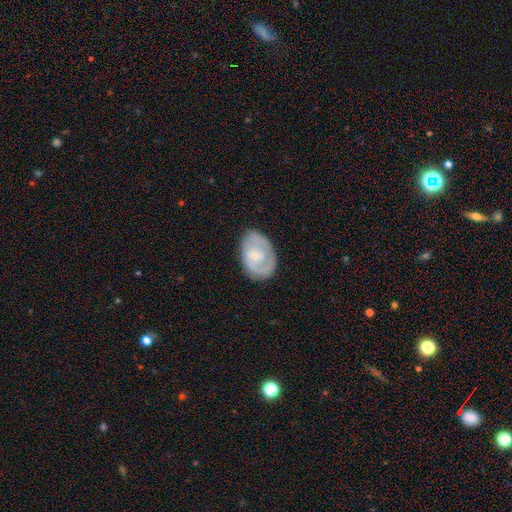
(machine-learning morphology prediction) Smooth or featured: featured or disk — 63% (smooth — 31%)
Edge-on disk: no — 97% (yes — 3%)
Bar: no — 61% (weak — 33%)
Spiral arms: yes — 75% (no — 25%)
Bulge size: small — 65% (moderate — 27%)
Merging: none — 70% (minor disturbance — 21%)